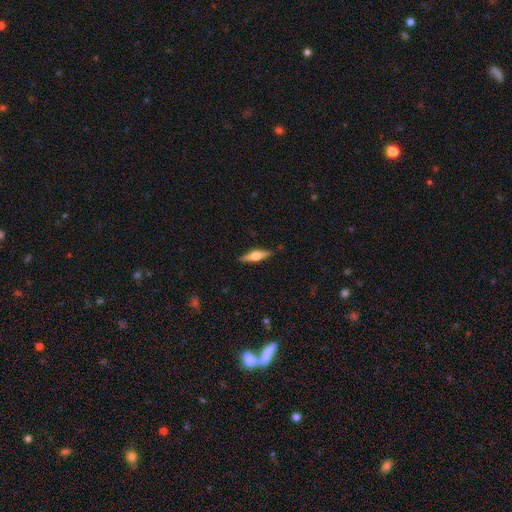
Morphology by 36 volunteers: Smooth or featured: featured or disk — 81% (smooth — 19%)
Edge-on disk: yes — 97% (no — 3%)
Edge-on bulge: rounded — 96% (boxy — 4%)
Merging: none — 89% (minor disturbance — 8%)